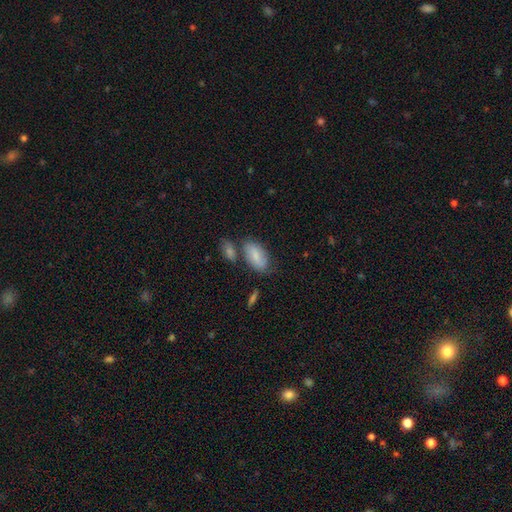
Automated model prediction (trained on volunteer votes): Q: Smooth or featured?
A: smooth (70%); runner-up: featured or disk (23%)
Q: How rounded?
A: in between (91%); runner-up: cigar-shaped (4%)
Q: Merging?
A: none (57%); runner-up: minor disturbance (20%)